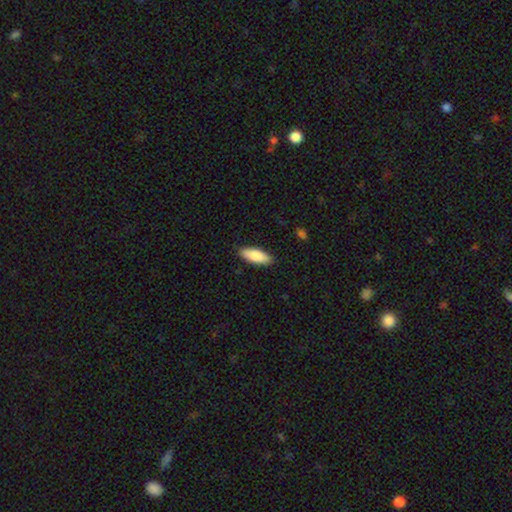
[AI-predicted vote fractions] smooth-or-featured: smooth: 84% | featured or disk: 10% | star or artifact: 5%
  how-rounded: in between: 71% | cigar-shaped: 27% | round: 2%
  merging: none: 88% | minor disturbance: 9% | major disturbance: 2% | merger: 1%